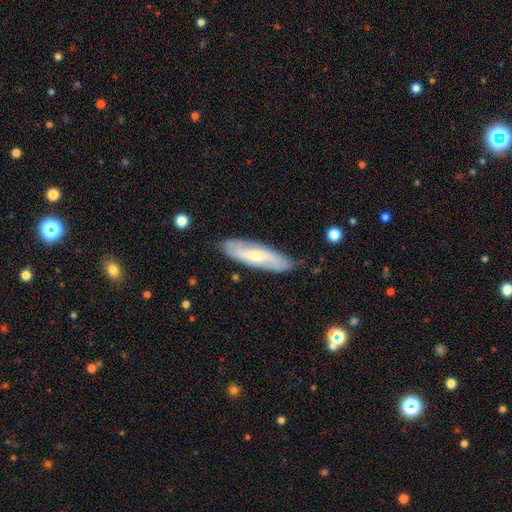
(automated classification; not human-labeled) Q: Smooth or featured?
A: featured or disk (60%); runner-up: smooth (34%)
Q: Edge-on disk?
A: no (73%); runner-up: yes (27%)
Q: Merging?
A: none (81%); runner-up: minor disturbance (15%)